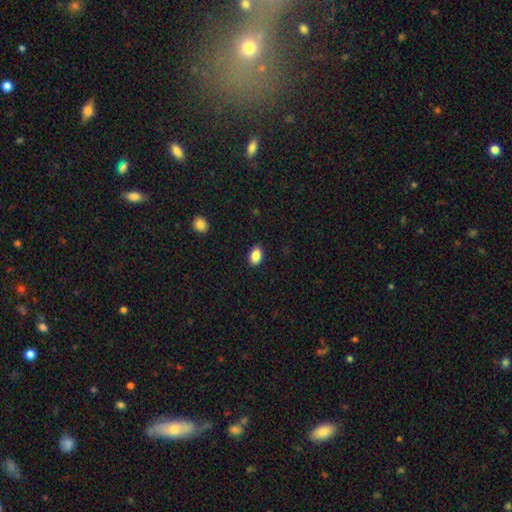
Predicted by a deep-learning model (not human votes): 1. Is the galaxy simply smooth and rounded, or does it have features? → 88% smooth, 8% star or artifact, 5% featured or disk.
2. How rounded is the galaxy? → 87% in between, 12% round, 1% cigar-shaped.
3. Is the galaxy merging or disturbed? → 89% none, 8% minor disturbance, 2% major disturbance, 1% merger.